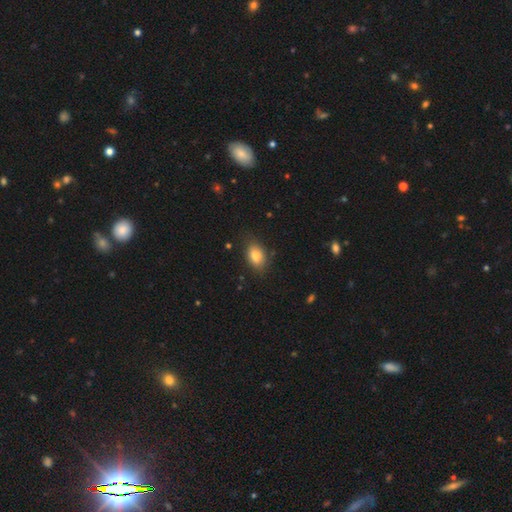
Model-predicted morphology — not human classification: A smooth galaxy with no disk features (81%) that is in between round and cigar-shaped (84%).

Vote fractions:
- Smooth or featured? smooth: 81% / featured or disk: 10% / star or artifact: 9%
- How rounded? in between: 84% / round: 14% / cigar-shaped: 2%
- Merging? none: 78% / minor disturbance: 17% / major disturbance: 3% / merger: 2%